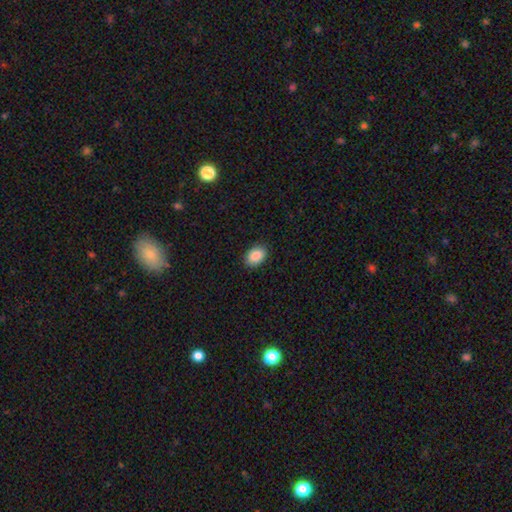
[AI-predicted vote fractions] smooth-or-featured: smooth: 89% | star or artifact: 7% | featured or disk: 3%
  how-rounded: in between: 85% | round: 13% | cigar-shaped: 1%
  merging: none: 89% | minor disturbance: 8% | major disturbance: 2% | merger: 1%